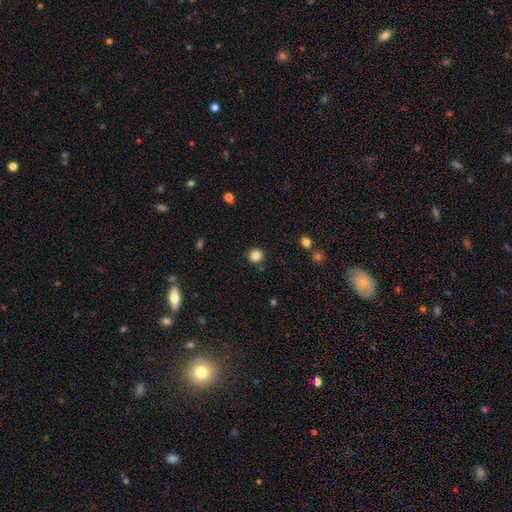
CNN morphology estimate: smooth-or-featured: smooth: 85% | star or artifact: 11% | featured or disk: 4%
  how-rounded: round: 92% | in between: 7% | cigar-shaped: 1%
  merging: none: 90% | minor disturbance: 6% | merger: 2% | major disturbance: 2%